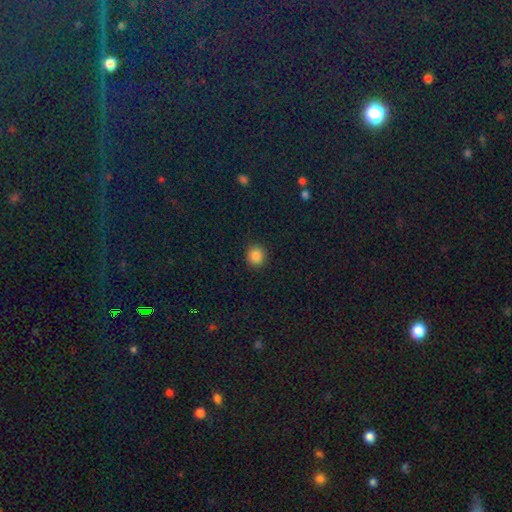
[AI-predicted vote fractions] A smooth galaxy with no disk features (85%) that is round (90%).

Vote fractions:
- Smooth or featured? smooth: 85% / star or artifact: 11% / featured or disk: 4%
- How rounded? round: 90% / in between: 9% / cigar-shaped: 1%
- Merging? none: 92% / minor disturbance: 5% / major disturbance: 2% / merger: 1%